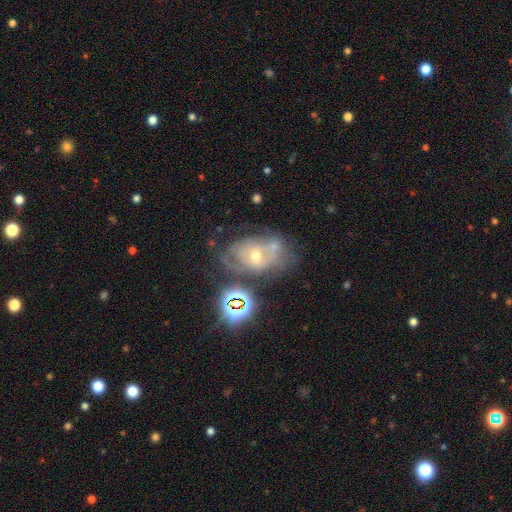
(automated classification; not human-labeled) A featured or disk galaxy (62%) with no bar (68%), spiral arms (69%) and a moderate central bulge (49%).

Vote fractions:
- Smooth or featured? featured or disk: 62% / star or artifact: 21% / smooth: 17%
- Edge-on disk? no: 94% / yes: 6%
- Bar? no: 68% / weak: 24% / strong: 8%
- Spiral arms? yes: 69% / no: 31%
- Bulge size? moderate: 49% / small: 45% / large: 3% / none: 2% / dominant: 1%
- Merging? none: 47% / minor disturbance: 21% / merger: 17% / major disturbance: 15%